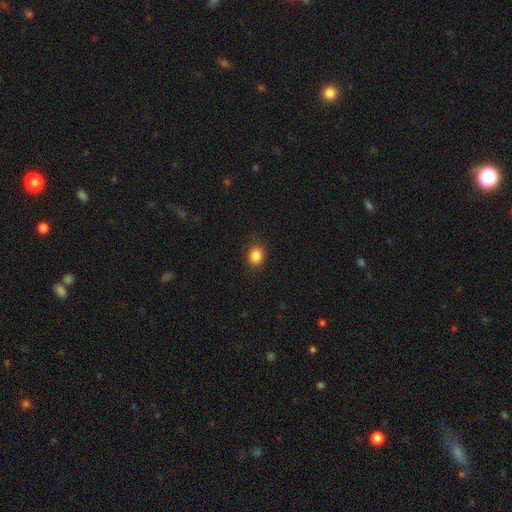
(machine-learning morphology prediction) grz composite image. It shows a smooth galaxy with no disk features (85%) that is round (63%). Merging: none (85%).